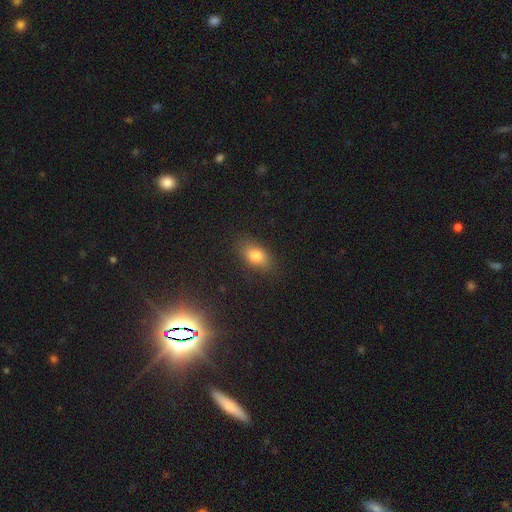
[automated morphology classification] Smooth or featured? Predicted: smooth (p=0.78). How rounded? Predicted: in between (p=0.84). Merging? Predicted: none (p=0.83).